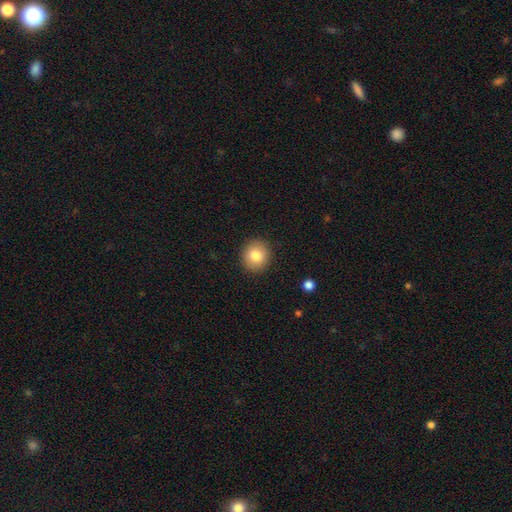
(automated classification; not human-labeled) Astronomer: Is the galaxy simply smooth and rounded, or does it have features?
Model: smooth — 81%.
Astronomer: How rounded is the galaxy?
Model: round — 88%.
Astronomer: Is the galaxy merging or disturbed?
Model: none — 91%.